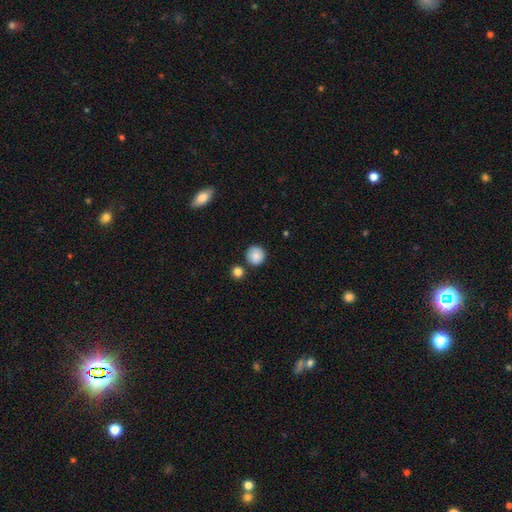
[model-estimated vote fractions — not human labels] The model was most divided on "merging": none: 80%, minor disturbance: 10%, merger: 7%, major disturbance: 2%. More confident: how rounded — round (92%); smooth or featured — smooth (84%).